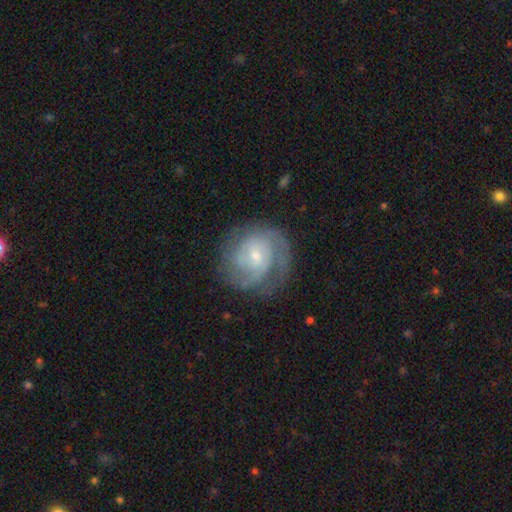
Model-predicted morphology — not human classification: smooth-or-featured: featured or disk: 80% | smooth: 14% | star or artifact: 6%
  disk-edge-on: no: 98% | yes: 2%
    bar: no: 56% | weak: 38% | strong: 6%
    has-spiral-arms: yes: 94% | no: 6%
      spiral-winding: tight: 56% | medium: 35% | loose: 9%
      spiral-arm-count: 2: 42% | can't tell: 24% | 3: 19% | 1: 6% | 4: 5% | more than 4: 4%
    bulge-size: small: 62% | moderate: 32% | none: 2% | large: 2% | dominant: 1%
  merging: none: 73% | minor disturbance: 17% | major disturbance: 9% | merger: 1%